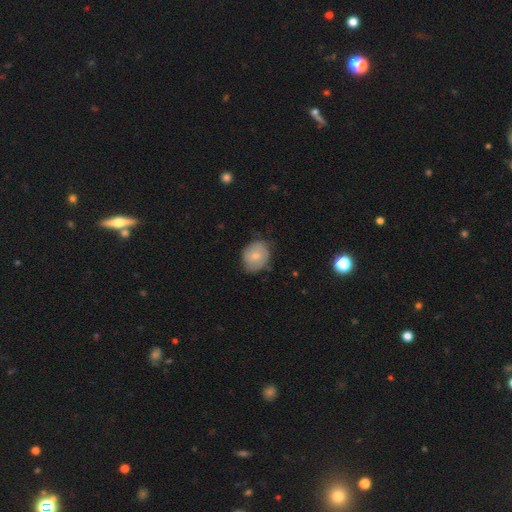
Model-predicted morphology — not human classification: Overall: smooth (60%; featured or disk 33%). How rounded: round (63%; in between 36%). Merging: none (64%; minor disturbance 29%).